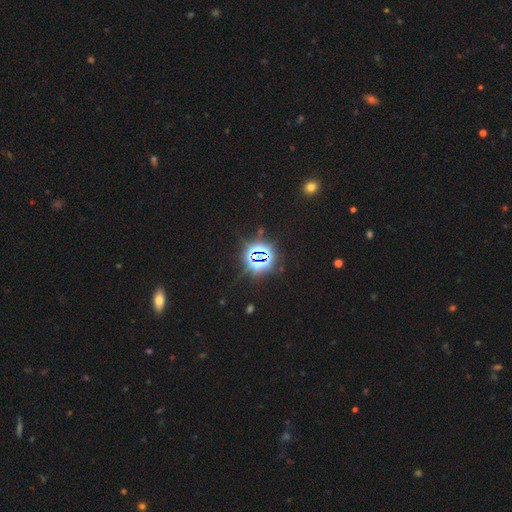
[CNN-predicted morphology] Smooth or featured: star or artifact — 82% (smooth — 11%)